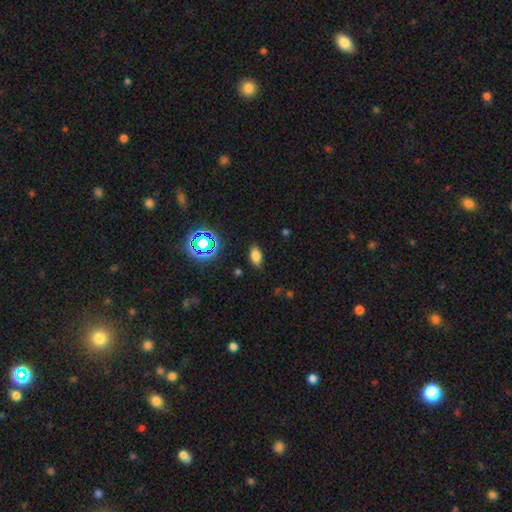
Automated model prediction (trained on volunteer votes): smooth 74%, star or artifact 19%, featured or disk 8%. Down the decision tree: how rounded — in between (89%); merging — none (83%).